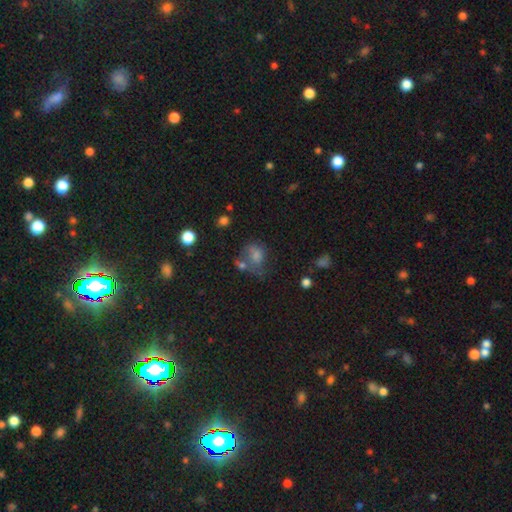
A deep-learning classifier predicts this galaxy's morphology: smooth 64%, featured or disk 20%, star or artifact 16%. Down the decision tree: how rounded — in between (54%); merging — none (29%).